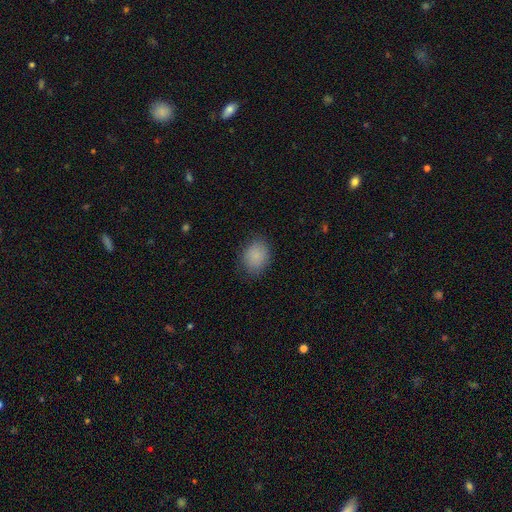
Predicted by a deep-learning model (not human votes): Smooth or featured?
  - smooth: 86% *
  - star or artifact: 9%
  - featured or disk: 6%
How rounded?
  - round: 53% *
  - in between: 46%
  - cigar-shaped: 1%
Merging?
  - none: 78% *
  - minor disturbance: 16%
  - major disturbance: 4%
  - merger: 1%